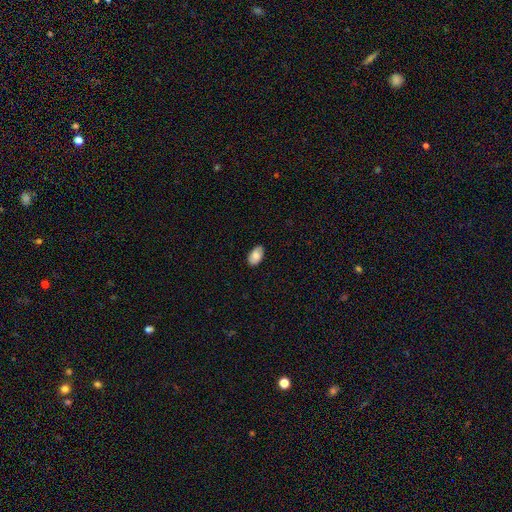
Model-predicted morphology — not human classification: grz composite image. It shows a smooth galaxy with no disk features (80%) that is in between round and cigar-shaped (94%). Merging: none (85%).